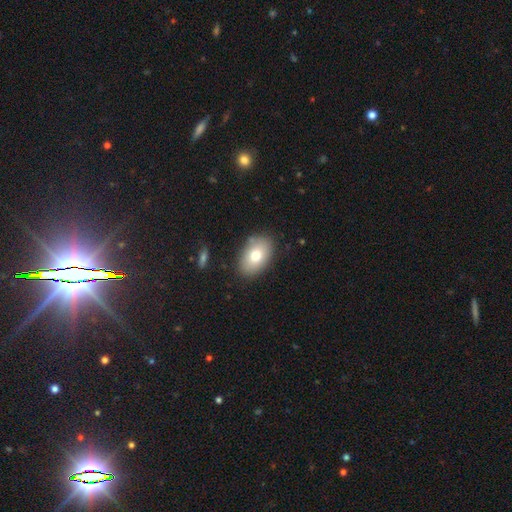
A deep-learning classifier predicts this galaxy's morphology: smooth_or_featured: smooth (p=0.75) [alt: featured or disk p=0.17]
how_rounded: in between (p=0.88) [alt: round p=0.10]
merging: none (p=0.84) [alt: minor disturbance p=0.11]